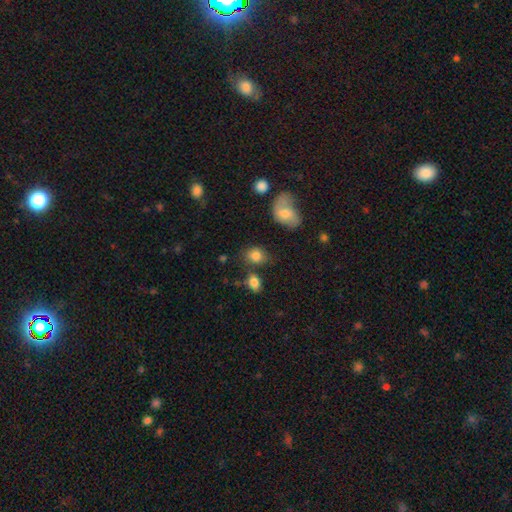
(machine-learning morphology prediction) This is clearly a smooth galaxy (83%). How rounded: possibly in between (53%). Merging: likely none (63%).